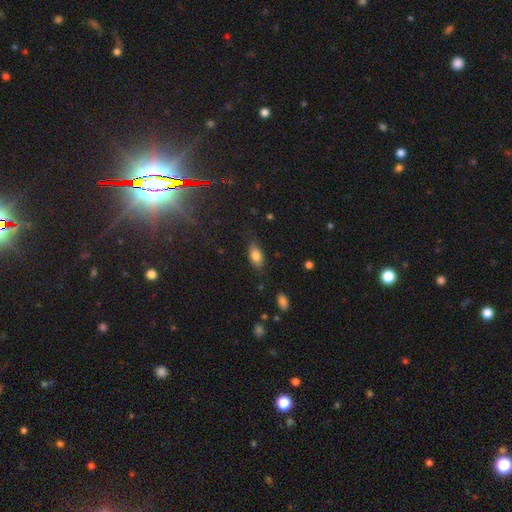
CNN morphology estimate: Smooth or featured: smooth — 81% (featured or disk — 11%)
How rounded: in between — 88% (cigar-shaped — 8%)
Merging: none — 78% (minor disturbance — 17%)